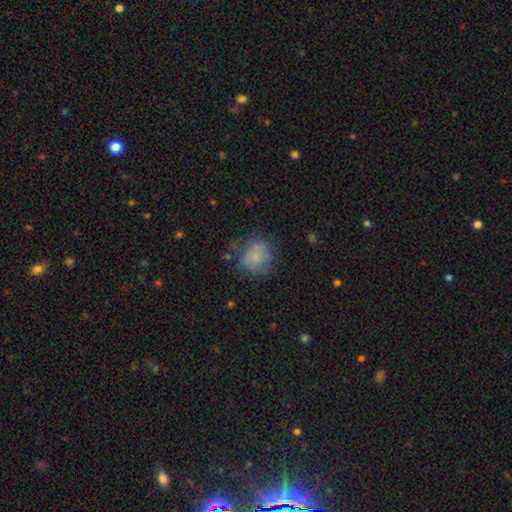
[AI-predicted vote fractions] smooth 71%, featured or disk 17%, star or artifact 12%. Down the decision tree: how rounded — round (78%); merging — none (58%).